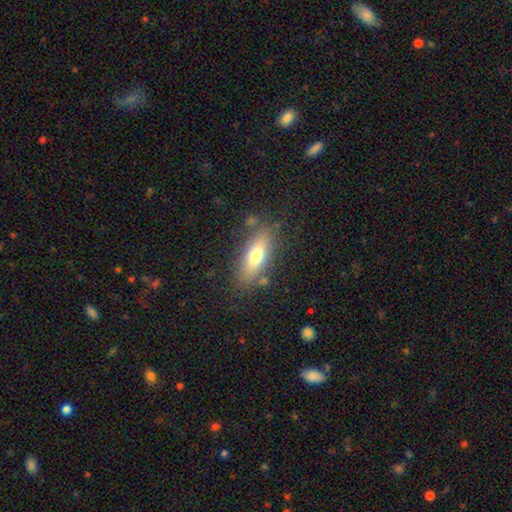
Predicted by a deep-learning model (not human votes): Q: Smooth or featured?
A: smooth (69%); runner-up: featured or disk (23%)
Q: How rounded?
A: in between (68%); runner-up: cigar-shaped (28%)
Q: Merging?
A: none (78%); runner-up: minor disturbance (13%)